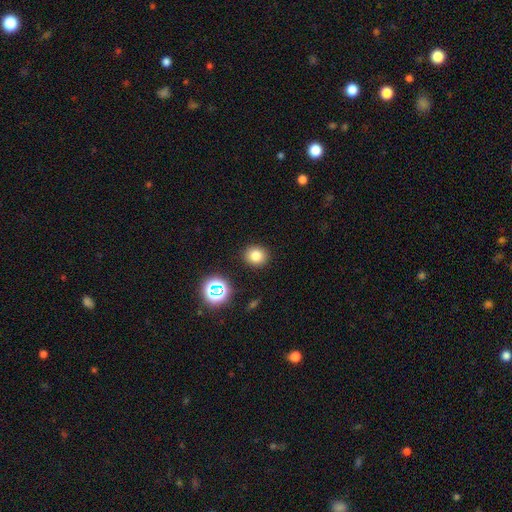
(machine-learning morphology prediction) Smooth or featured? Predicted: smooth (p=0.77). How rounded? Predicted: round (p=0.78). Merging? Predicted: none (p=0.89).